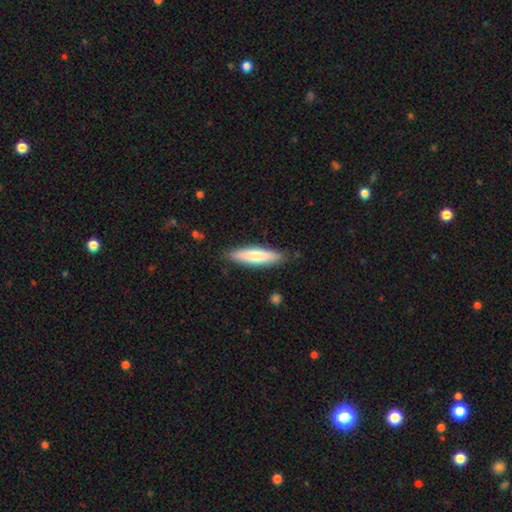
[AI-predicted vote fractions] Smooth or featured: smooth — 72% (featured or disk — 22%)
How rounded: cigar-shaped — 72% (in between — 26%)
Merging: none — 86% (minor disturbance — 10%)